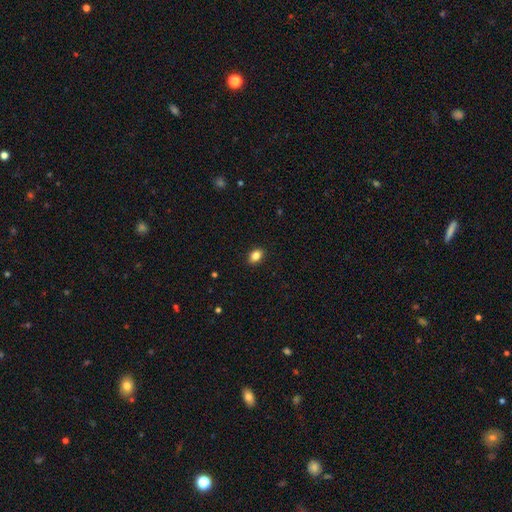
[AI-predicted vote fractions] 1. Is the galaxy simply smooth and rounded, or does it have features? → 85% smooth, 9% star or artifact, 6% featured or disk.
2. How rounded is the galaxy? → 78% in between, 20% round, 1% cigar-shaped.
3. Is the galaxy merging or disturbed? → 90% none, 7% minor disturbance, 2% major disturbance, 1% merger.